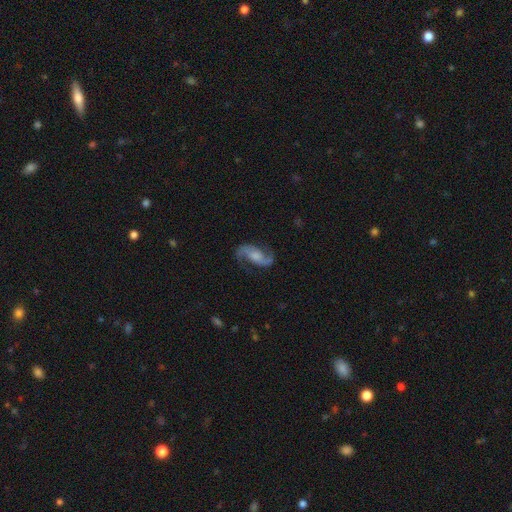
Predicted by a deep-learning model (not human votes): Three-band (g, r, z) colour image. It shows a featured or disk galaxy (86%) with no bar (47%), 2 (93%) loose (50%) spiral arms (97%) and a small central bulge (33%). Merging: none (77%).